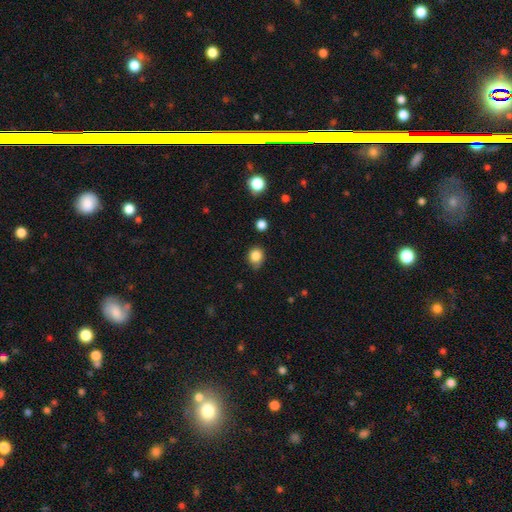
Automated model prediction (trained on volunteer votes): smooth-or-featured: smooth: 84% | star or artifact: 11% | featured or disk: 5%
  how-rounded: round: 69% | in between: 30% | cigar-shaped: 1%
  merging: none: 72% | minor disturbance: 23% | major disturbance: 4% | merger: 2%